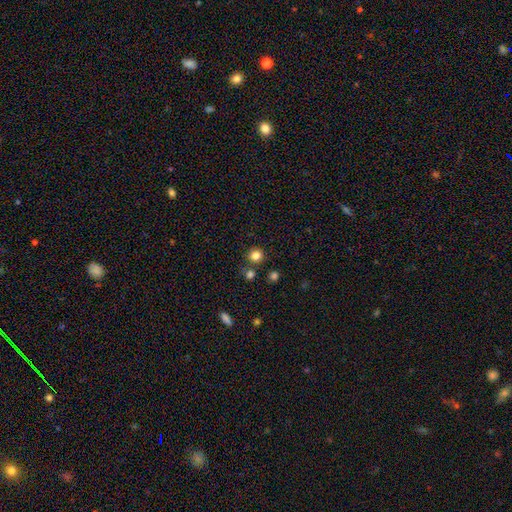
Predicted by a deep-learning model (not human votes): A smooth galaxy with no disk features (82%) that is round (92%).

Vote fractions:
- Smooth or featured? smooth: 82% / star or artifact: 13% / featured or disk: 5%
- How rounded? round: 92% / in between: 8% / cigar-shaped: 1%
- Merging? none: 81% / merger: 9% / minor disturbance: 7% / major disturbance: 3%